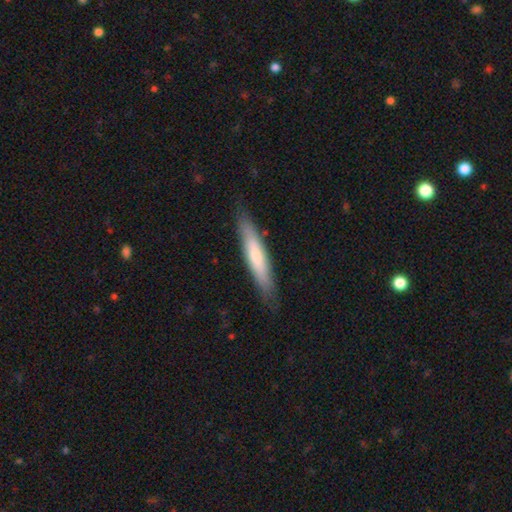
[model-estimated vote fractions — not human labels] This is likely a smooth galaxy (65%). How rounded: clearly cigar-shaped (89%). Merging: clearly none (85%).